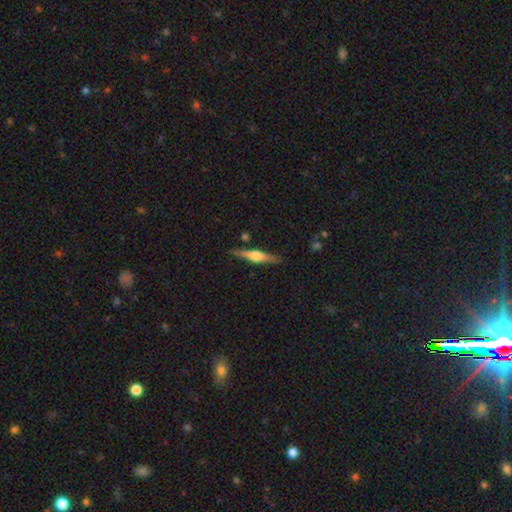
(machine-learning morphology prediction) A featured or disk galaxy (71%) viewed edge-on (97%) with a rounded central bulge (88%).

Vote fractions:
- Smooth or featured? featured or disk: 71% / smooth: 23% / star or artifact: 6%
- Edge-on disk? yes: 97% / no: 3%
- Edge-on bulge? rounded: 88% / boxy: 9% / none: 3%
- Merging? none: 87% / minor disturbance: 9% / major disturbance: 2% / merger: 2%